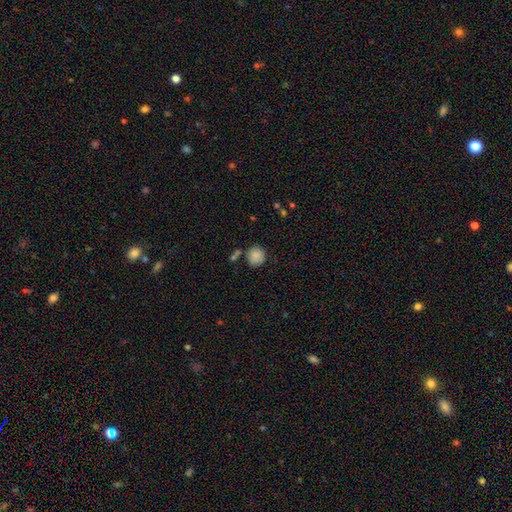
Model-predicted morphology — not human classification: This appears to be a smooth galaxy with no disk features (87%) that is round (87%). Merging: none (74%).